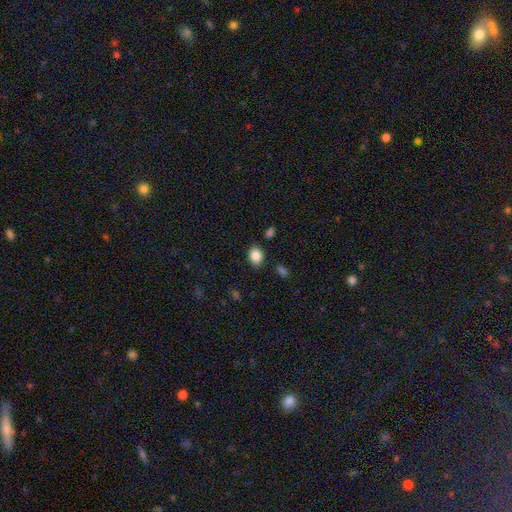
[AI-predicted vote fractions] The model was most divided on "how rounded": in between: 56%, round: 43%, cigar-shaped: 1%. More confident: smooth or featured — smooth (86%); merging — none (83%).